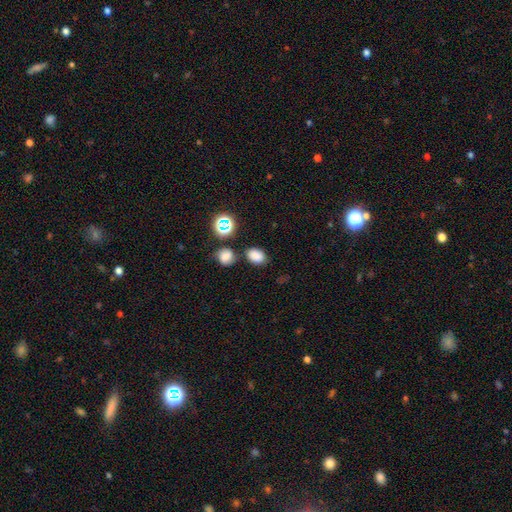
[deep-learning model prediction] This is clearly a smooth galaxy (81%). How rounded: likely in between (75%). Merging: likely none (75%).